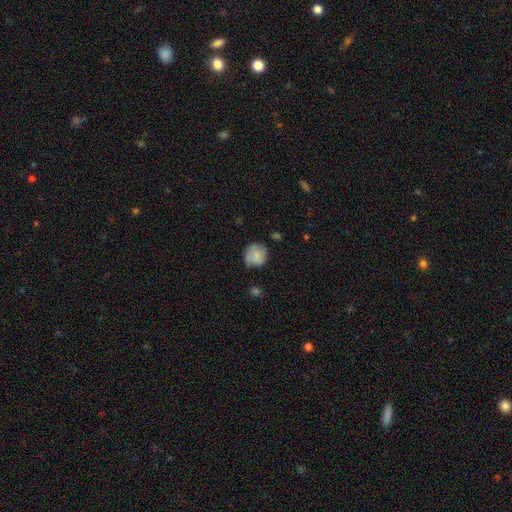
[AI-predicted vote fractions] This appears to be a smooth galaxy with no disk features (73%) that is round (83%). Merging: none (62%).